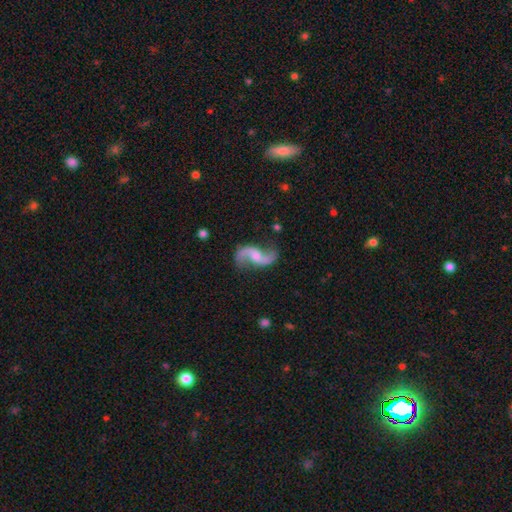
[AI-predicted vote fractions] featured or disk 90%, smooth 5%, star or artifact 5%. Down the decision tree: edge-on disk — no (97%); bar — no (49%); spiral arms — yes (97%); spiral arm count — 2 (94%); spiral winding — loose (83%); bulge size — moderate (42%); merging — none (77%).